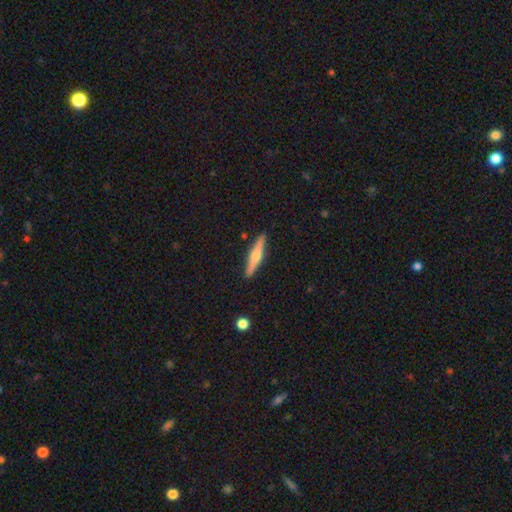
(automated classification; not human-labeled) Smooth or featured: featured or disk — 55% (smooth — 39%)
Edge-on disk: yes — 97% (no — 3%)
Edge-on bulge: rounded — 85% (boxy — 8%)
Merging: none — 90% (minor disturbance — 7%)